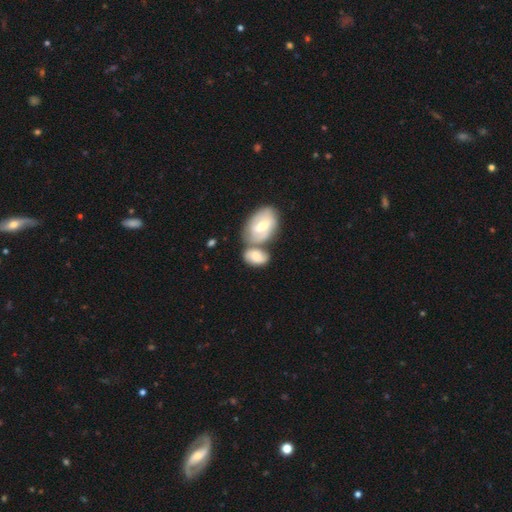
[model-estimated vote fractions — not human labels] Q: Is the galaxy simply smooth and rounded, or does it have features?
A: smooth — 58%.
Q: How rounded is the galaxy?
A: in between — 85%.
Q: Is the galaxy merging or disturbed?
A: merger — 51%.